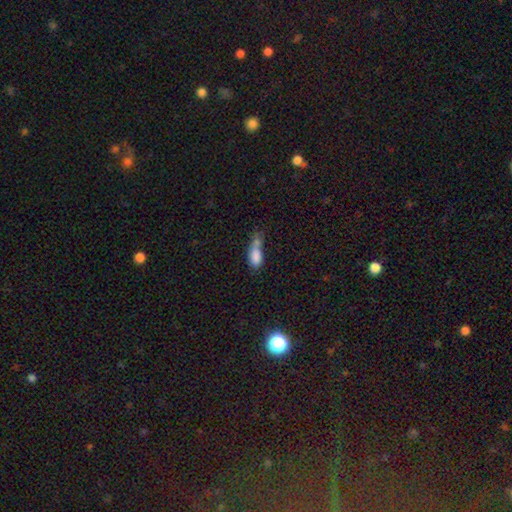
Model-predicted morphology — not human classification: This is likely a smooth galaxy (79%). How rounded: likely in between (80%). Merging: marginally merger (41%).